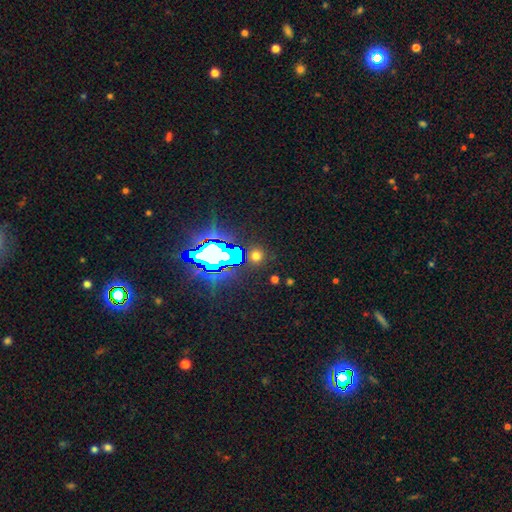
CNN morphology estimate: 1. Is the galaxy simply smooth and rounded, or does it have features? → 50% smooth, 42% star or artifact, 8% featured or disk.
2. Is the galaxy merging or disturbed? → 84% none, 7% minor disturbance, 5% merger, 4% major disturbance.